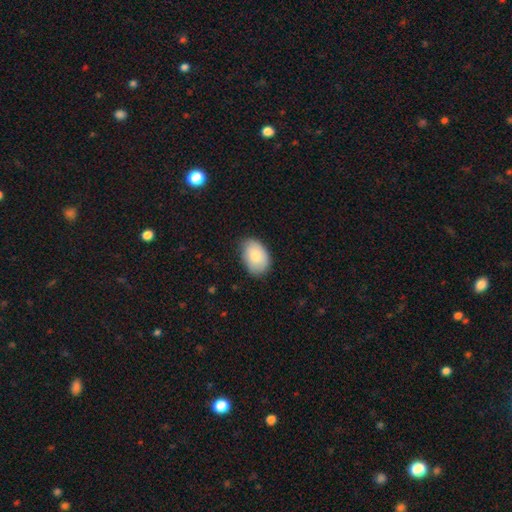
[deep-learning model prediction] smooth 83%, featured or disk 11%, star or artifact 6%. Down the decision tree: how rounded — in between (87%); merging — none (78%).